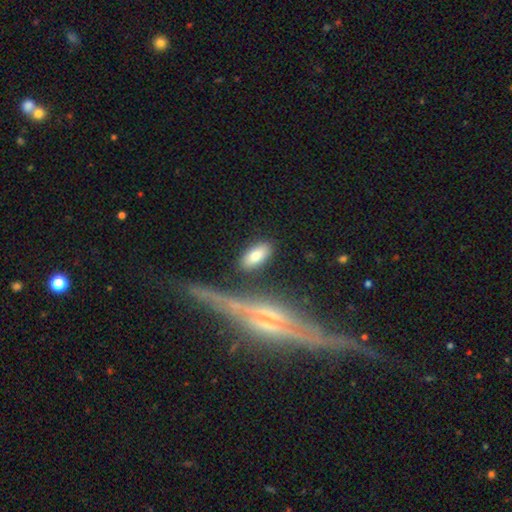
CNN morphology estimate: type=smooth (78%); roundness=in between (86%); merging=none (81%).